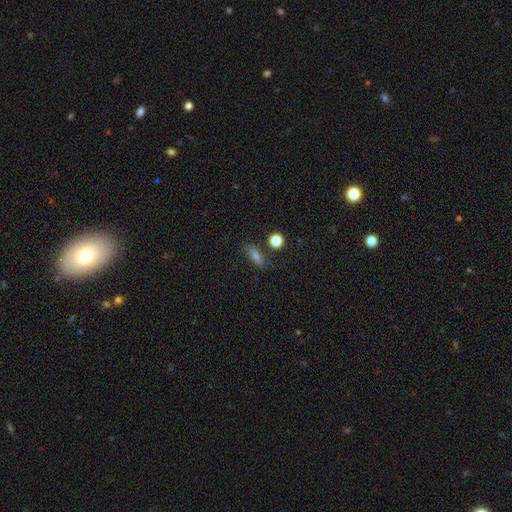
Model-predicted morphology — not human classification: Smooth or featured? smooth (66%)
How rounded? in between (49%)
Merging? none (72%)